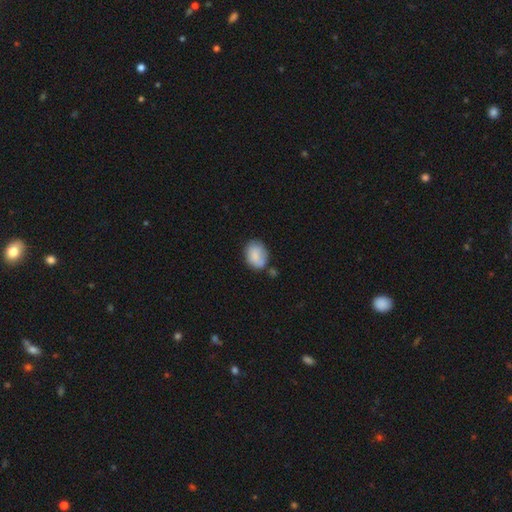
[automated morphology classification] type=smooth (79%); roundness=in between (73%); merging=none (57%).